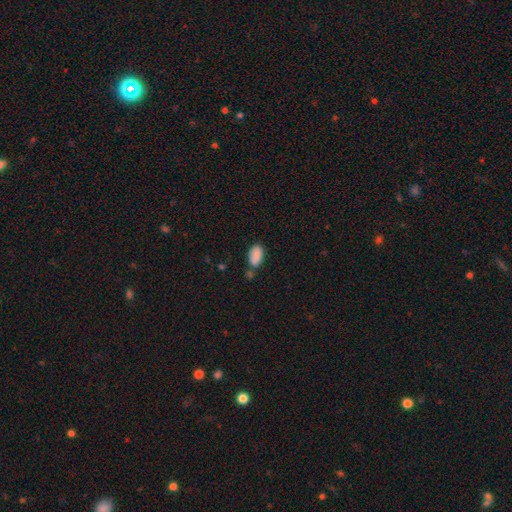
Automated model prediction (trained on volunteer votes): smooth_or_featured: smooth (p=0.88) [alt: star or artifact p=0.08]
how_rounded: in between (p=0.94) [alt: round p=0.04]
merging: none (p=0.62) [alt: minor disturbance p=0.17]